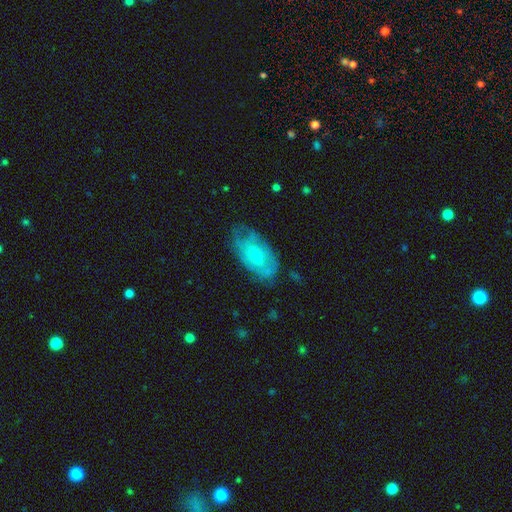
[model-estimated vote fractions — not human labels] smooth-or-featured: featured or disk: 48% | smooth: 46% | star or artifact: 6%
  merging: none: 62% | minor disturbance: 27% | major disturbance: 10% | merger: 2%